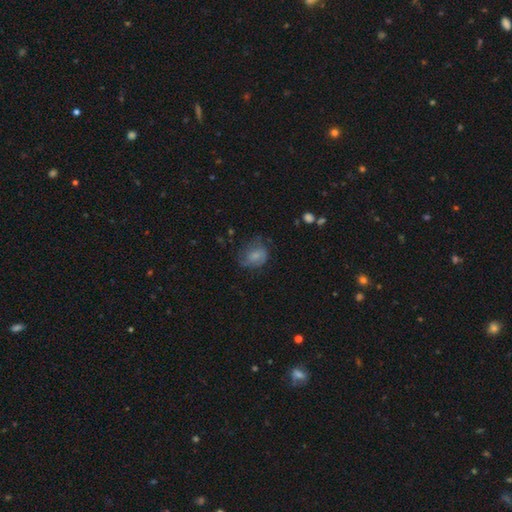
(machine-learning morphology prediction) Smooth or featured? Predicted: smooth (p=0.59). How rounded? Predicted: in between (p=0.50). Merging? Predicted: none (p=0.44).